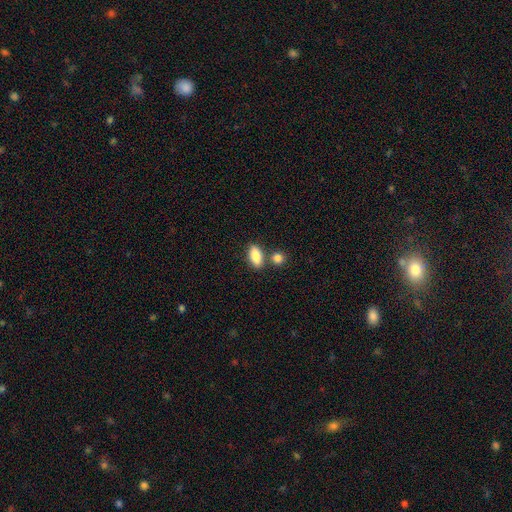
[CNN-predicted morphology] The model was most divided on "merging": none: 68%, merger: 17%, minor disturbance: 11%, major disturbance: 3%. More confident: smooth or featured — smooth (86%); how rounded — in between (83%).